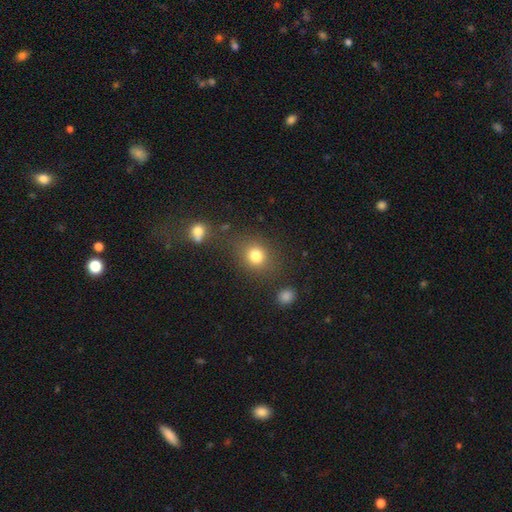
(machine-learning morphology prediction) A smooth galaxy with no disk features (80%) that is round (72%).

Vote fractions:
- Smooth or featured? smooth: 80% / star or artifact: 13% / featured or disk: 7%
- How rounded? round: 72% / in between: 27% / cigar-shaped: 1%
- Merging? none: 75% / minor disturbance: 12% / merger: 7% / major disturbance: 6%